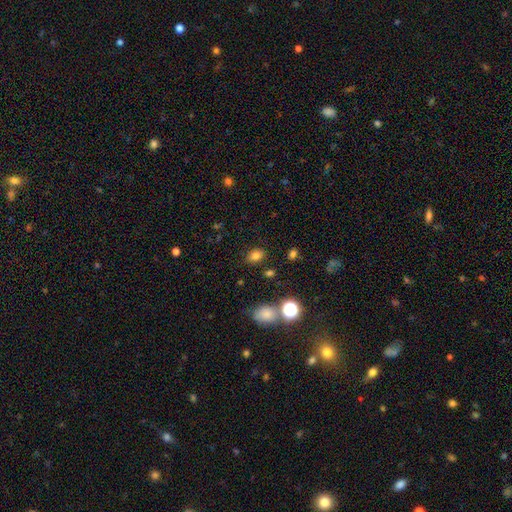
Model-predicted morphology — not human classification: This appears to be a smooth galaxy with no disk features (77%) that is in between round and cigar-shaped (62%). Merging: none (81%).